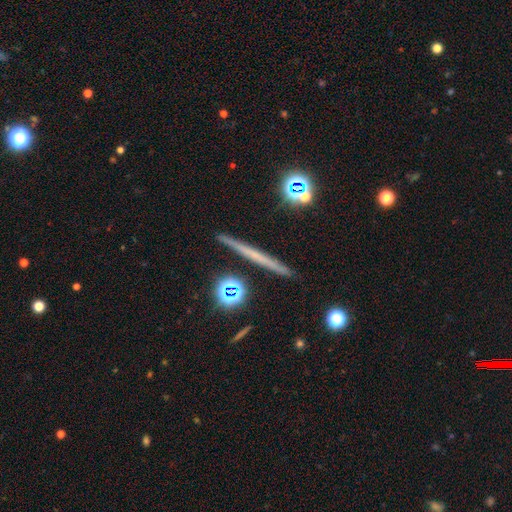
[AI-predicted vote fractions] A featured or disk galaxy (52%) viewed edge-on (97%) with no central bulge (90%). Merging: none (90%).